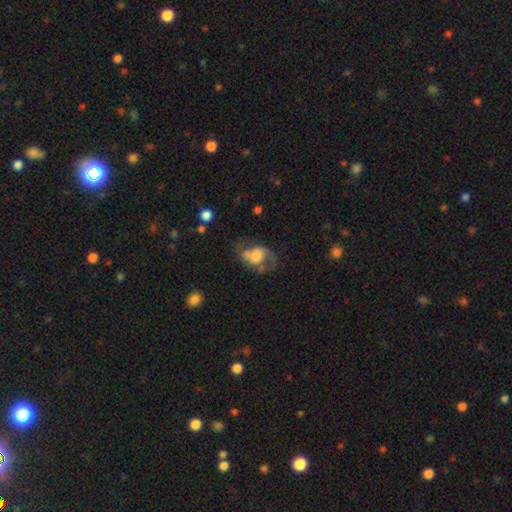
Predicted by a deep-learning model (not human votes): featured or disk 54%, smooth 37%, star or artifact 9%. Down the decision tree: edge-on disk — no (96%); bar — no (61%); spiral arms — yes (74%); bulge size — large (34%); merging — none (43%).